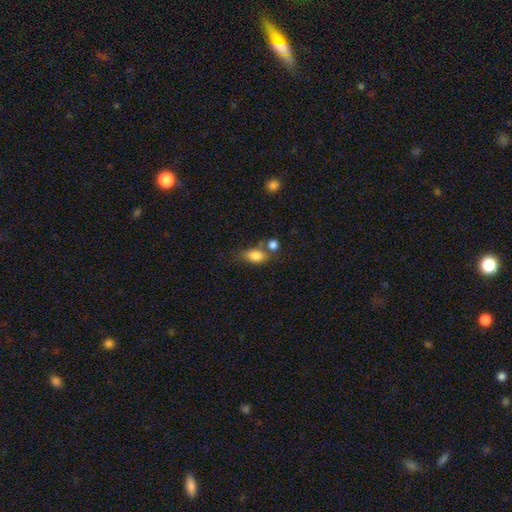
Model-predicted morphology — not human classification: Smooth or featured? Predicted: smooth (p=0.81). How rounded? Predicted: in between (p=0.80). Merging? Predicted: none (p=0.50).